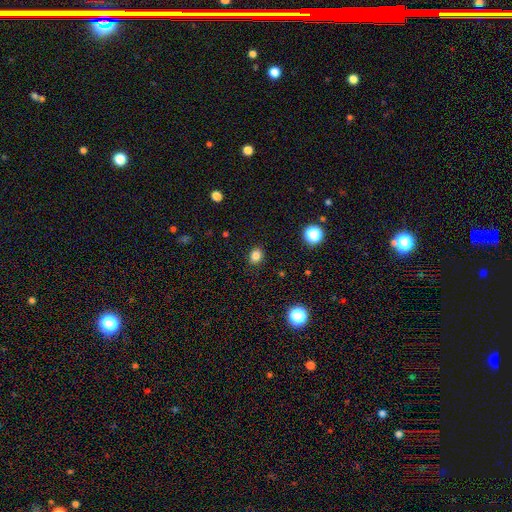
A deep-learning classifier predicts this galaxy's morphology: Smooth or featured? Predicted: smooth (p=0.83). How rounded? Predicted: round (p=0.53). Merging? Predicted: none (p=0.89).